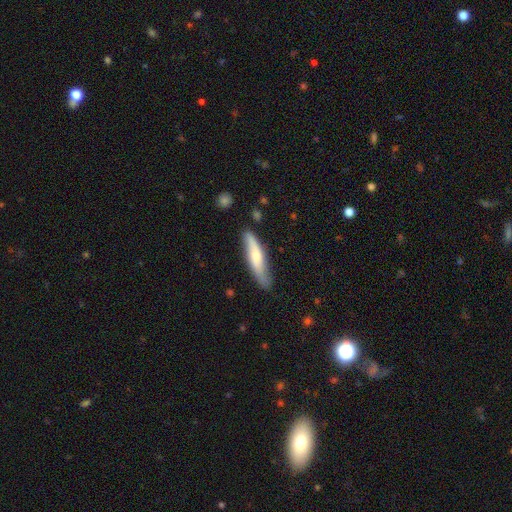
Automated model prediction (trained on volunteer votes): This appears to be a smooth galaxy with no disk features (50%). Merging: none (75%).